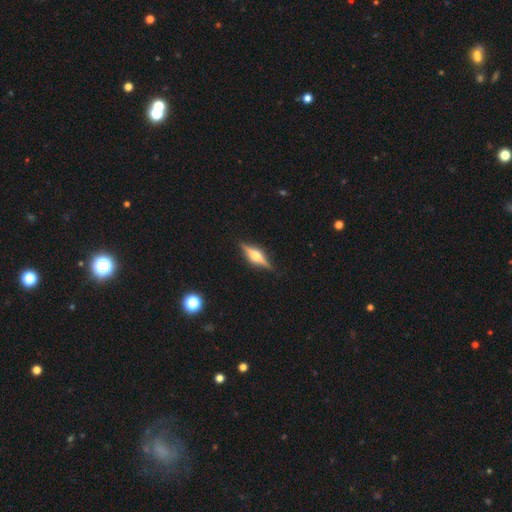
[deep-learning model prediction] This appears to be a featured or disk galaxy (77%) viewed edge-on (97%) with a rounded central bulge (92%). Merging: none (89%).